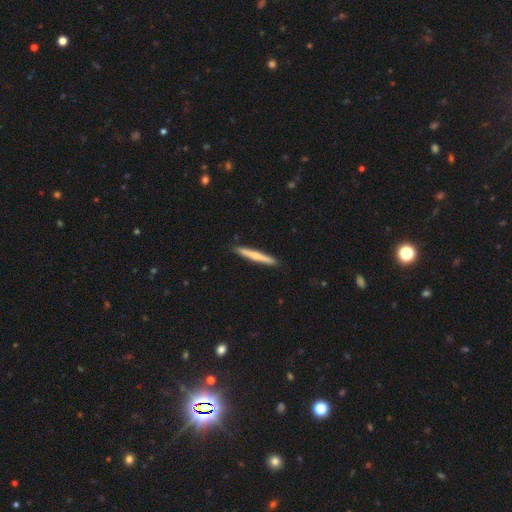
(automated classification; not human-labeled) Morphology: type=smooth (53%); roundness=cigar-shaped (96%); merging=none (91%).